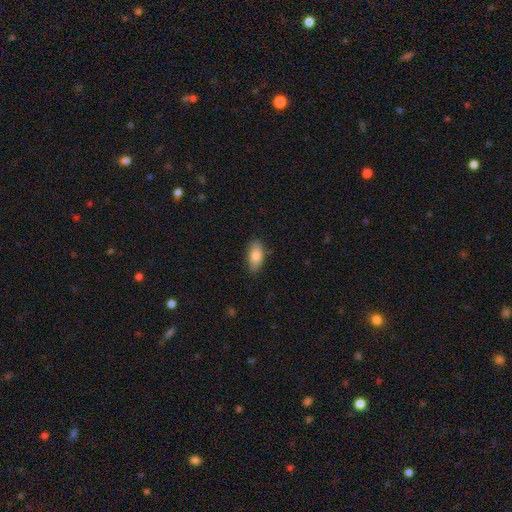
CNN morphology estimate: This is clearly a smooth galaxy (81%). How rounded: clearly in between (91%). Merging: clearly none (82%).